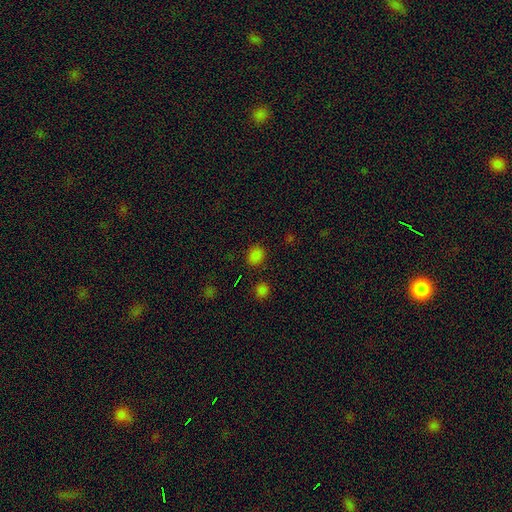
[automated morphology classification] A smooth galaxy with no disk features (78%) that is round (62%). Merging: none (84%).